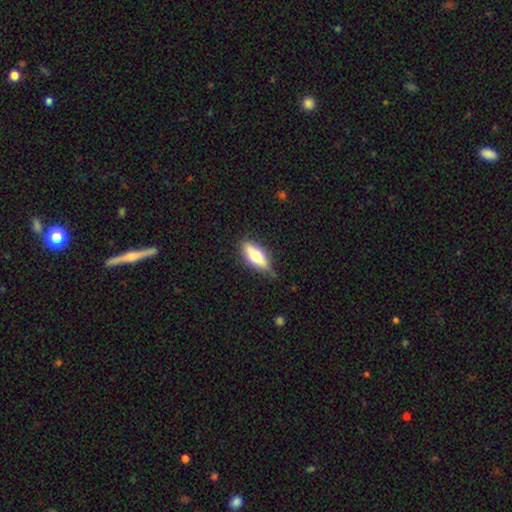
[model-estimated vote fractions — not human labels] Q: Smooth or featured?
A: smooth (60%); runner-up: featured or disk (33%)
Q: How rounded?
A: in between (66%); runner-up: cigar-shaped (31%)
Q: Merging?
A: none (77%); runner-up: minor disturbance (18%)